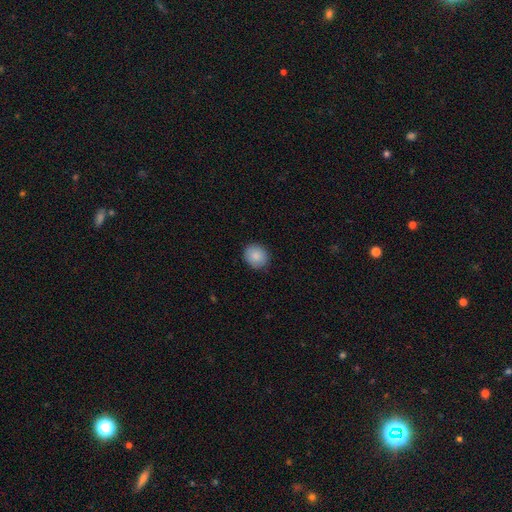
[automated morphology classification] Smooth or featured: smooth — 88% (star or artifact — 8%)
How rounded: round — 76% (in between — 23%)
Merging: none — 90% (minor disturbance — 8%)